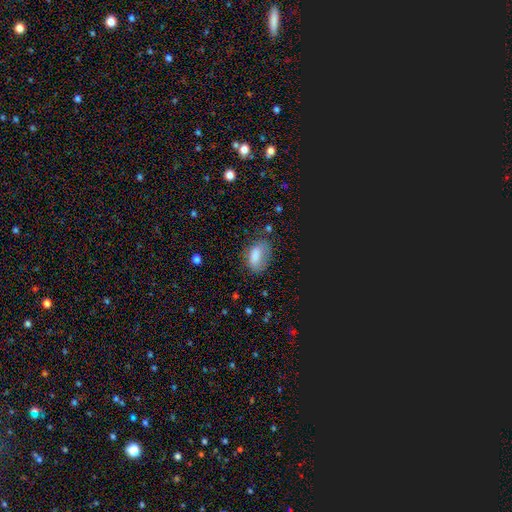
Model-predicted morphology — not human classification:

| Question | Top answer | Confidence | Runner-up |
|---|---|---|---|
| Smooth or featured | smooth | 78% | featured or disk (12%) |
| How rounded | in between | 90% | round (7%) |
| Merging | none | 54% | minor disturbance (29%) |